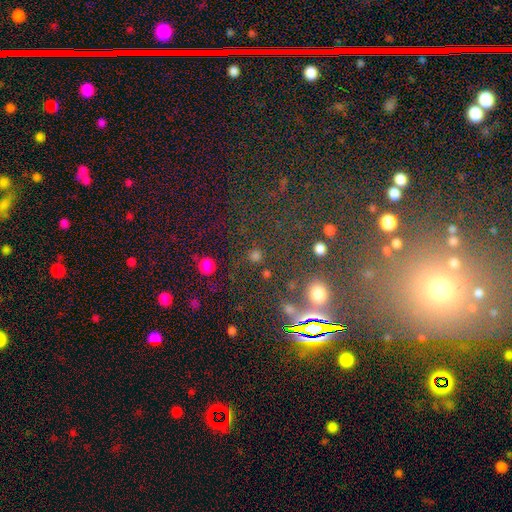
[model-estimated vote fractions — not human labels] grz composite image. It shows a star or artifact, not a galaxy (64%).